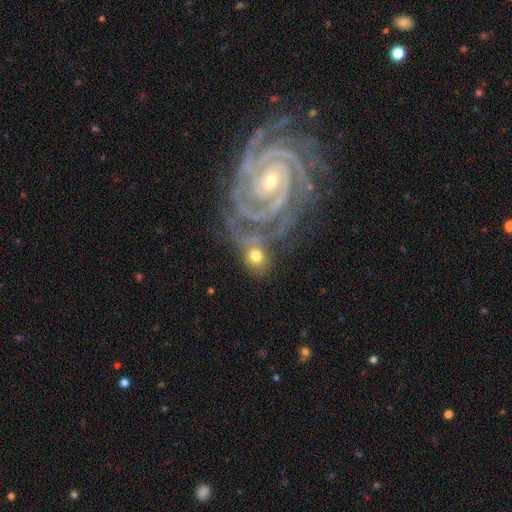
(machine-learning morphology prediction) Smooth or featured? smooth (50%)
Merging? none (51%)